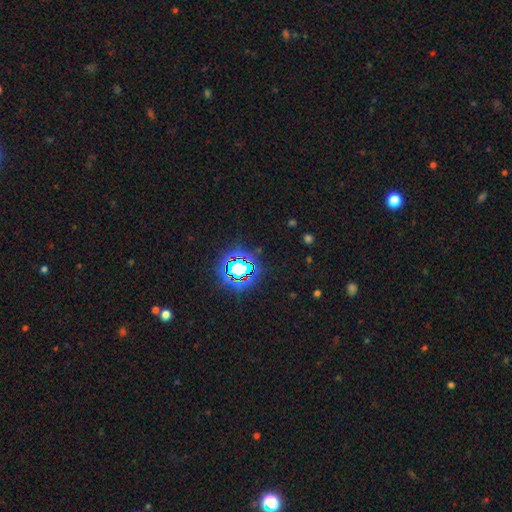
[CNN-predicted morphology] star or artifact 79%, smooth 13%, featured or disk 7%.